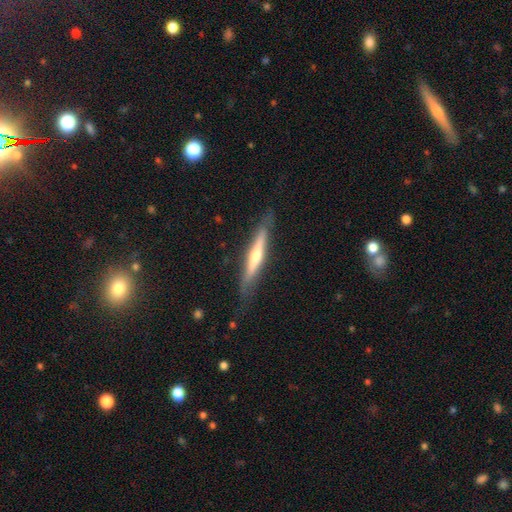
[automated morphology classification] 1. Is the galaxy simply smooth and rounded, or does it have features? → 63% featured or disk, 31% smooth, 6% star or artifact.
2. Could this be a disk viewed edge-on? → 94% yes, 6% no.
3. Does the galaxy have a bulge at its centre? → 76% rounded, 18% none, 7% boxy.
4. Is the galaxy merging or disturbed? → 80% none, 15% minor disturbance, 3% major disturbance, 1% merger.